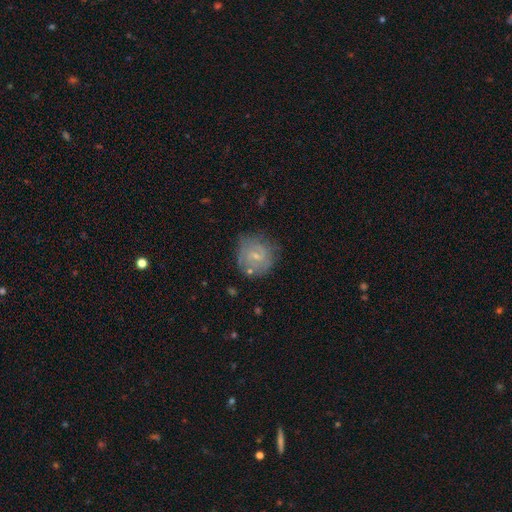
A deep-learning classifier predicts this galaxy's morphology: Smooth or featured: featured or disk — 57% (smooth — 34%)
Edge-on disk: no — 97% (yes — 3%)
Bar: weak — 51% (no — 39%)
Spiral arms: yes — 75% (no — 25%)
Bulge size: small — 67% (moderate — 23%)
Merging: none — 68% (minor disturbance — 21%)